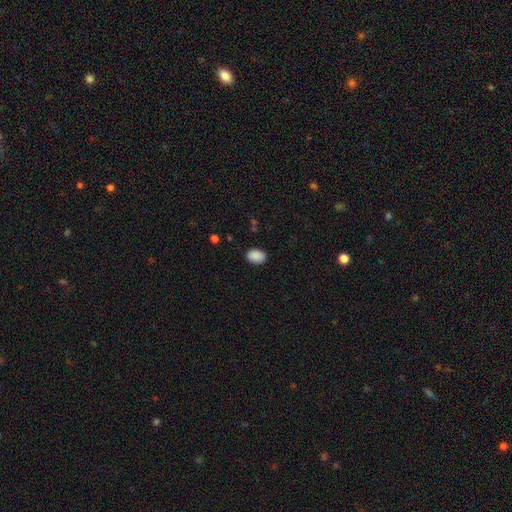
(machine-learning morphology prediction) smooth-or-featured: smooth: 89% | star or artifact: 8% | featured or disk: 3%
  how-rounded: in between: 80% | round: 19% | cigar-shaped: 1%
  merging: none: 87% | minor disturbance: 10% | major disturbance: 2% | merger: 1%